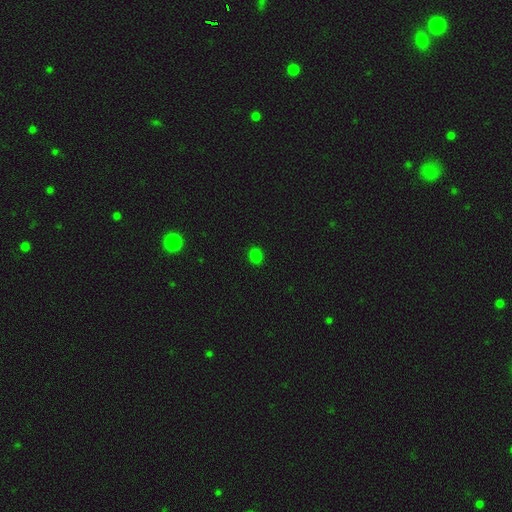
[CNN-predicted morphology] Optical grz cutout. It shows a smooth galaxy with no disk features (81%) that is in between round and cigar-shaped (56%). Merging: none (90%).